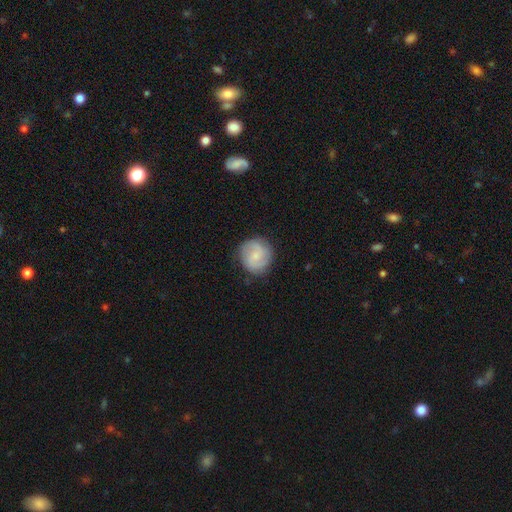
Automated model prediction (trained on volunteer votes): Q: Smooth or featured?
A: featured or disk (60%); runner-up: smooth (33%)
Q: Edge-on disk?
A: no (98%); runner-up: yes (2%)
Q: Bar?
A: no (53%); runner-up: weak (40%)
Q: Spiral arms?
A: yes (93%); runner-up: no (7%)
Q: Spiral winding?
A: medium (47%); runner-up: tight (36%)
Q: Spiral arm count?
A: 2 (64%); runner-up: 3 (14%)
Q: Bulge size?
A: small (64%); runner-up: moderate (21%)
Q: Merging?
A: none (83%); runner-up: minor disturbance (12%)